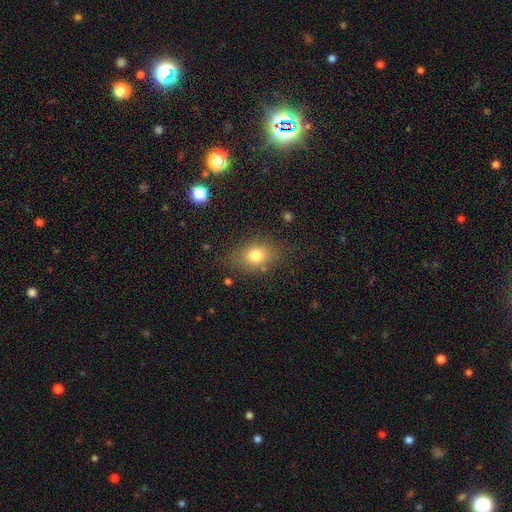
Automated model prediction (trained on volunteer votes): Overall: smooth (77%). How rounded: in between (63%; round 35%). Merging: none (78%).